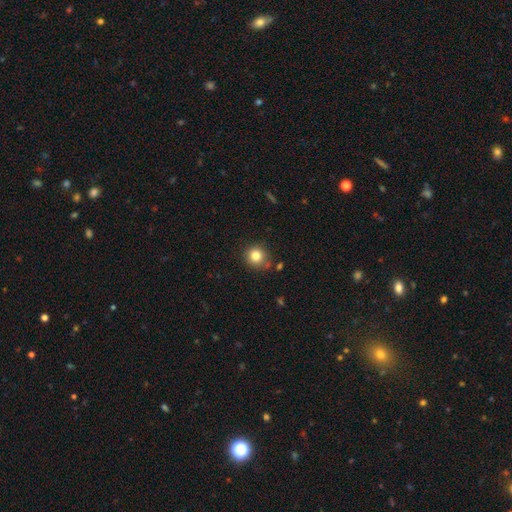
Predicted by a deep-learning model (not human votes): Q: Smooth or featured?
A: smooth (82%); runner-up: star or artifact (11%)
Q: How rounded?
A: round (92%); runner-up: in between (7%)
Q: Merging?
A: none (80%); runner-up: minor disturbance (12%)